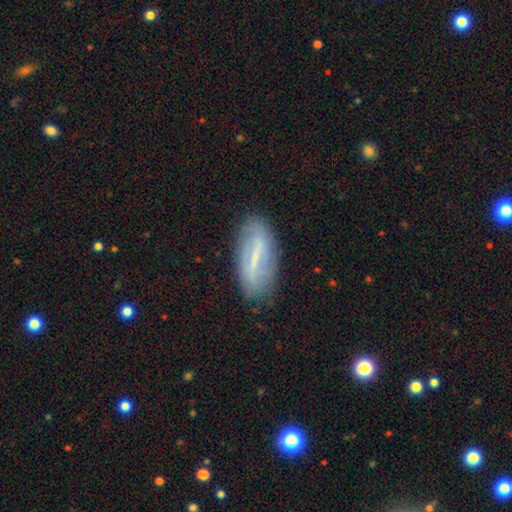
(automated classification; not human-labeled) Q: Smooth or featured?
A: featured or disk (58%); runner-up: smooth (35%)
Q: Edge-on disk?
A: no (83%); runner-up: yes (17%)
Q: Merging?
A: none (80%); runner-up: minor disturbance (15%)